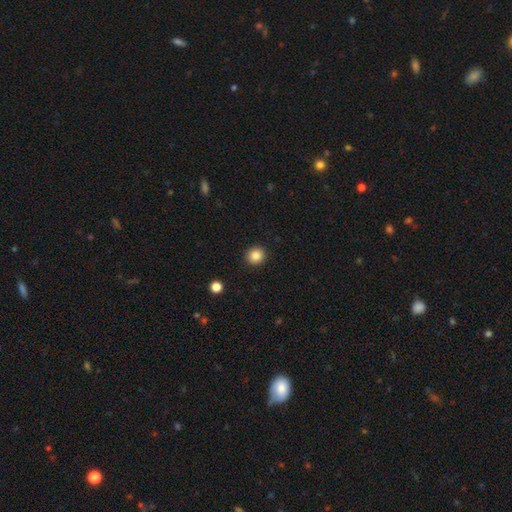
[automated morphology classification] Smooth or featured?
  - smooth: 85% *
  - star or artifact: 11%
  - featured or disk: 4%
How rounded?
  - round: 89% *
  - in between: 10%
  - cigar-shaped: 1%
Merging?
  - none: 92% *
  - minor disturbance: 5%
  - major disturbance: 2%
  - merger: 1%